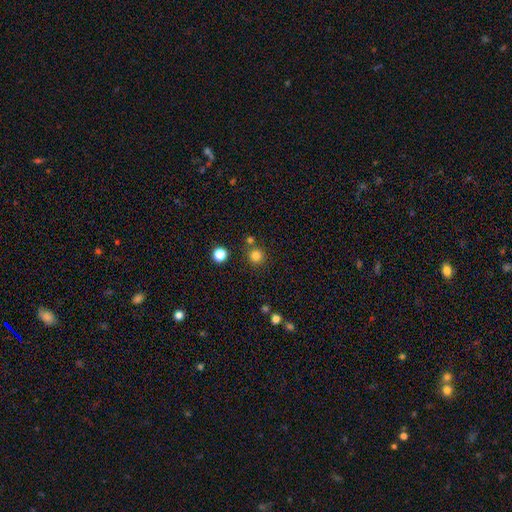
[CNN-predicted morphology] This is clearly a smooth galaxy (81%). How rounded: clearly round (93%). Merging: likely none (80%).